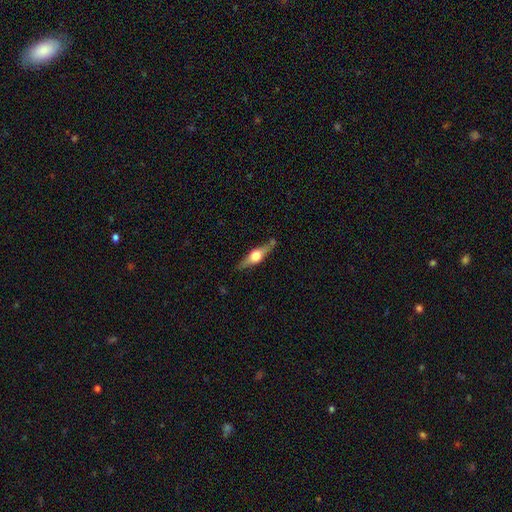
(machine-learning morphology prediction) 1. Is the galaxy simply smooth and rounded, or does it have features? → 67% featured or disk, 27% smooth, 6% star or artifact.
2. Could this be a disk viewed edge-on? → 95% yes, 5% no.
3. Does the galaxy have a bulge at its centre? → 94% rounded, 5% boxy, 2% none.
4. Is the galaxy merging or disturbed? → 80% none, 14% minor disturbance, 4% merger, 3% major disturbance.